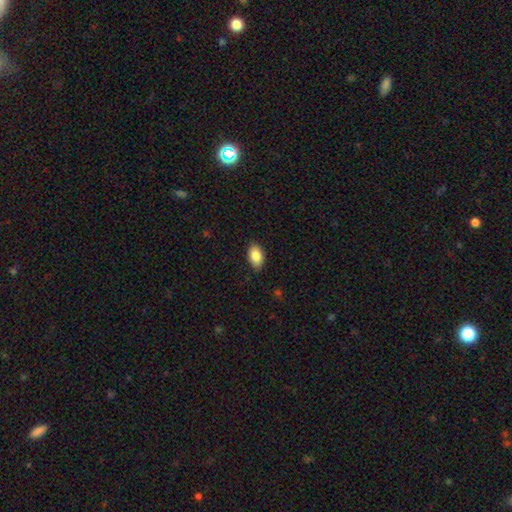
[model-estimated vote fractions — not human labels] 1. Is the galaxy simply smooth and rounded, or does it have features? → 86% smooth, 7% featured or disk, 7% star or artifact.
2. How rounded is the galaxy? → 92% in between, 7% round, 2% cigar-shaped.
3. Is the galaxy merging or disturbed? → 85% none, 12% minor disturbance, 2% major disturbance, 1% merger.